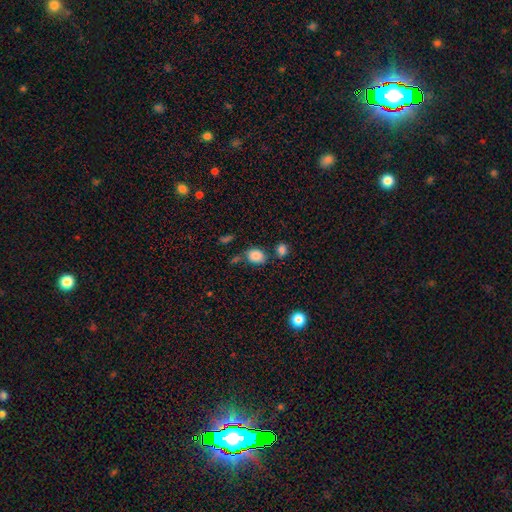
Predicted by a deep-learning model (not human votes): Smooth or featured: smooth — 85% (star or artifact — 10%)
How rounded: in between — 62% (round — 36%)
Merging: none — 67% (minor disturbance — 16%)